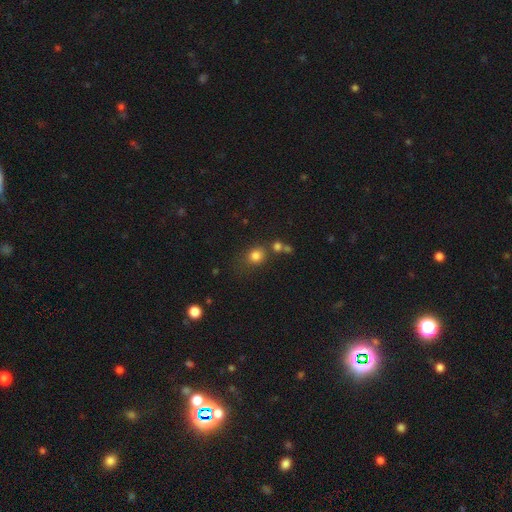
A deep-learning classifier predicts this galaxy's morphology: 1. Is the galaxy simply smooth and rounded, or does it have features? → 79% smooth, 14% star or artifact, 7% featured or disk.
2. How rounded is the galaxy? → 73% round, 25% in between, 1% cigar-shaped.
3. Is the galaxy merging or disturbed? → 61% none, 17% merger, 15% minor disturbance, 7% major disturbance.